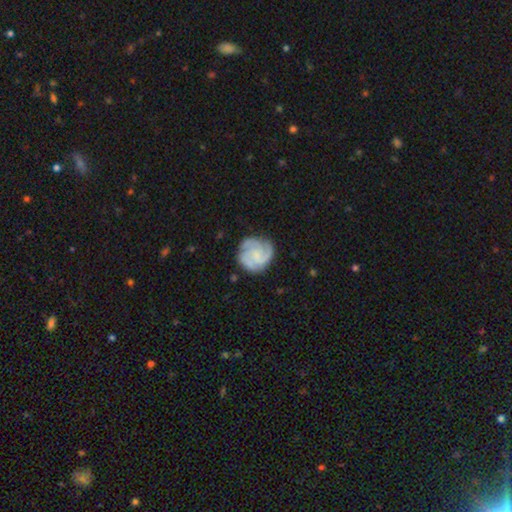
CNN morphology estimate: Smooth or featured?
  - featured or disk: 77% *
  - smooth: 17%
  - star or artifact: 6%
Edge-on disk?
  - no: 98% *
  - yes: 2%
Bar?
  - no: 70% *
  - weak: 26%
  - strong: 4%
Spiral arms?
  - yes: 96% *
  - no: 4%
Spiral winding?
  - tight: 50% *
  - medium: 40%
  - loose: 10%
Spiral arm count?
  - 3: 54% *
  - 4: 14%
  - can't tell: 12%
  - 2: 10%
  - 1: 5%
  - more than 4: 4%
Bulge size?
  - small: 42% *
  - none: 38%
  - moderate: 17%
  - large: 3%
  - dominant: 1%
Merging?
  - none: 75% *
  - minor disturbance: 17%
  - major disturbance: 6%
  - merger: 1%